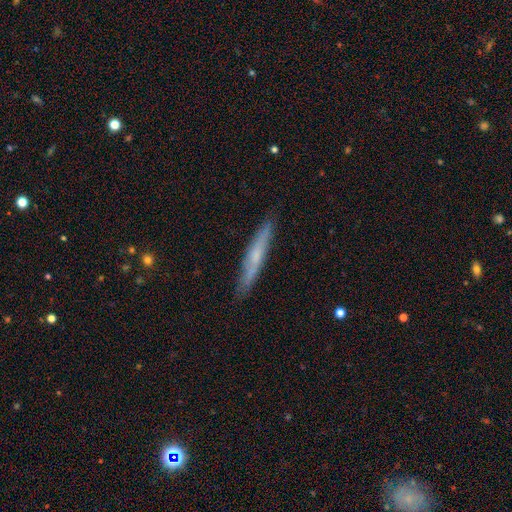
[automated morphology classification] This is possibly a featured or disk galaxy (49%). Merging: clearly none (83%).